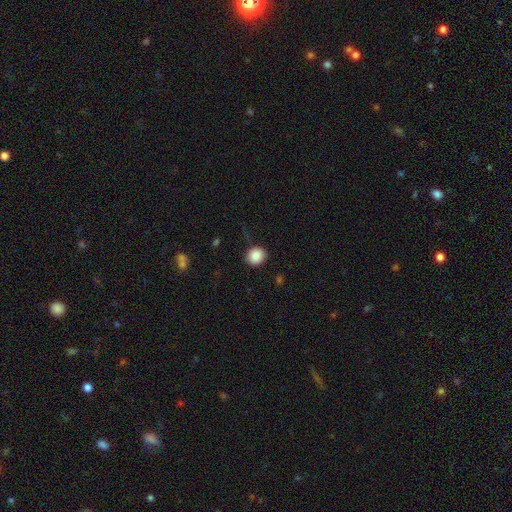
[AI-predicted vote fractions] The model was most divided on "how rounded": round: 77%, in between: 22%, cigar-shaped: 1%. More confident: smooth or featured — smooth (88%); merging — none (86%).